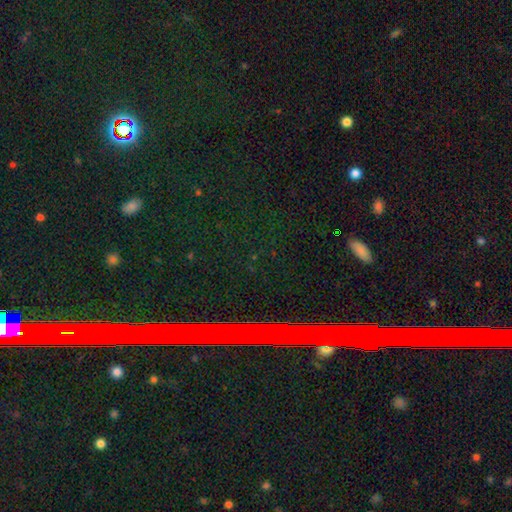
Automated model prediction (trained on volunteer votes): A star or artifact, not a galaxy (82%).